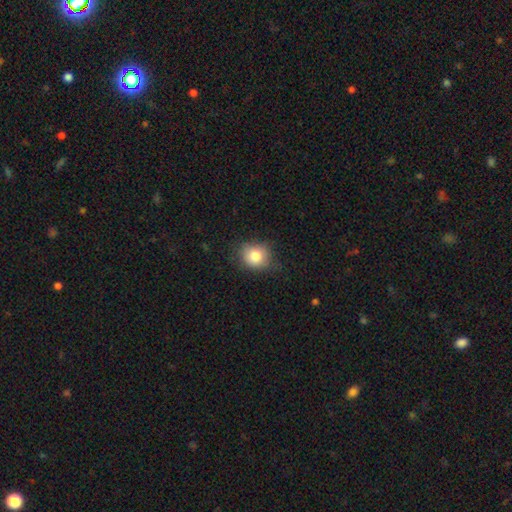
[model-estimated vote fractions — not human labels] This is clearly a smooth galaxy (81%). How rounded: likely round (75%). Merging: likely none (75%).